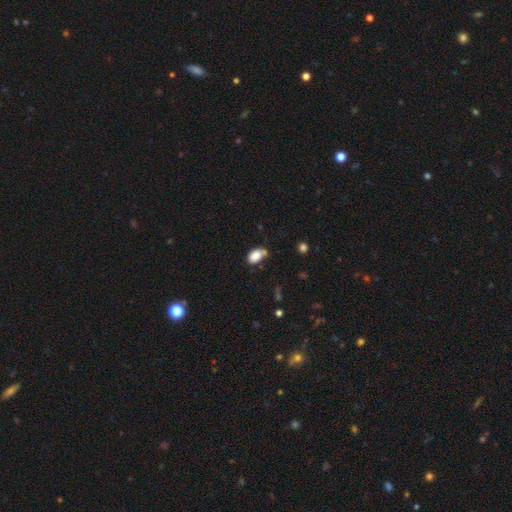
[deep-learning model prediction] This appears to be a smooth galaxy with no disk features (85%) that is in between round and cigar-shaped (91%). Merging: none (53%).